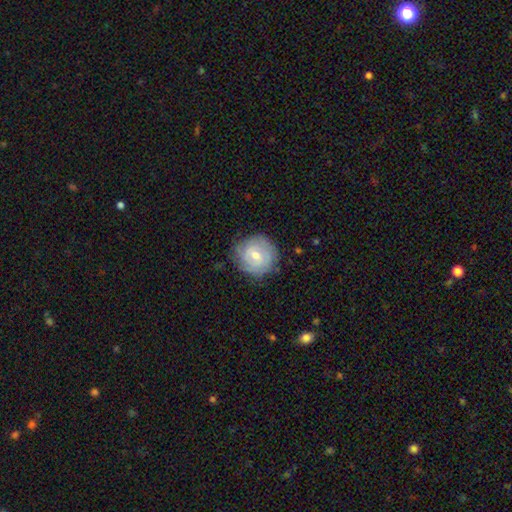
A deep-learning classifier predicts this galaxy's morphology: Smooth or featured: featured or disk — 50% (smooth — 43%)
Merging: none — 75% (minor disturbance — 18%)